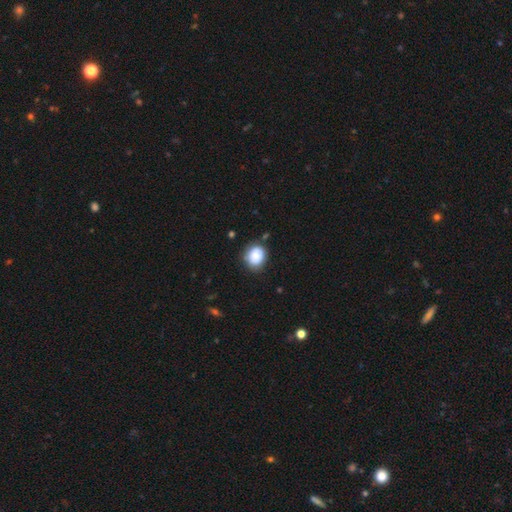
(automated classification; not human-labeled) Smooth or featured: smooth — 85% (star or artifact — 8%)
How rounded: round — 63% (in between — 36%)
Merging: none — 75% (minor disturbance — 18%)